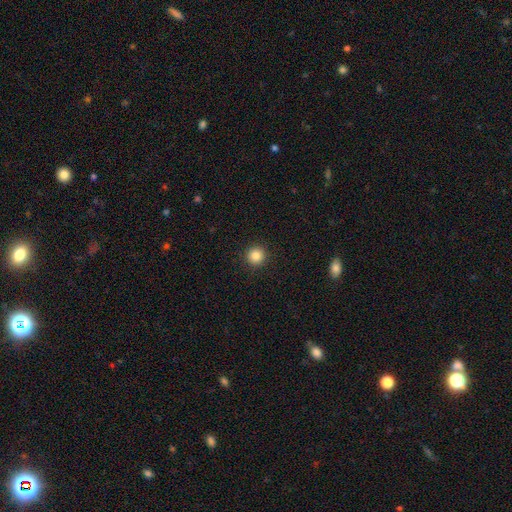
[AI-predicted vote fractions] The model was most divided on "smooth or featured": smooth: 85%, star or artifact: 11%, featured or disk: 4%. More confident: how rounded — round (95%); merging — none (93%).